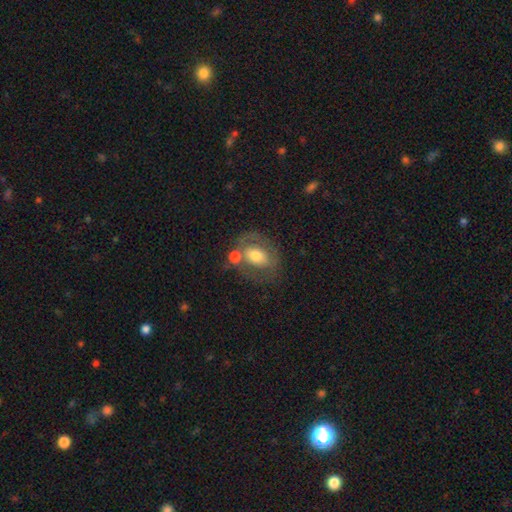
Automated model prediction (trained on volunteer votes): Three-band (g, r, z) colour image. It shows a smooth galaxy with no disk features (49%). Merging: none (49%).